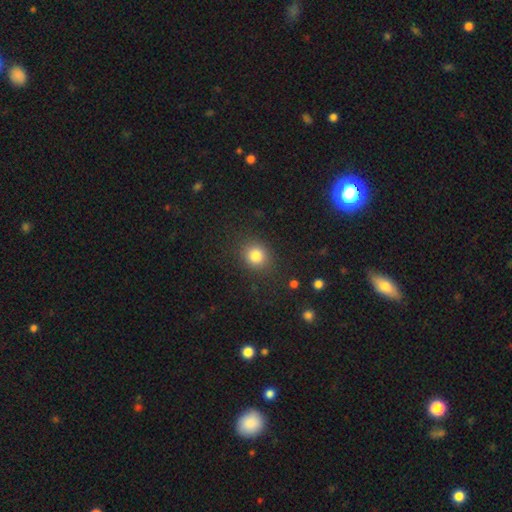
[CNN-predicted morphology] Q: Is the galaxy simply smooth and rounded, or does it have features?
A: smooth — 83%.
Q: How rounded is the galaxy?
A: round — 77%.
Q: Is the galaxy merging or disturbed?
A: none — 86%.